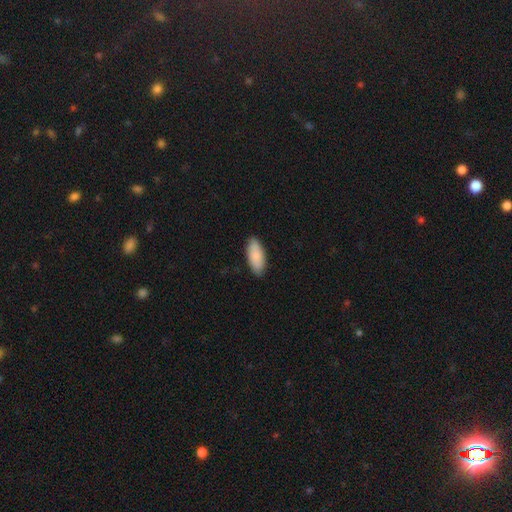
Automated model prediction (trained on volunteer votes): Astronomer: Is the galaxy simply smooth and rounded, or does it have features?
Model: smooth — 87%.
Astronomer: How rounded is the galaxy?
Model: in between — 86%.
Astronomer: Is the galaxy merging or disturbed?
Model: none — 87%.